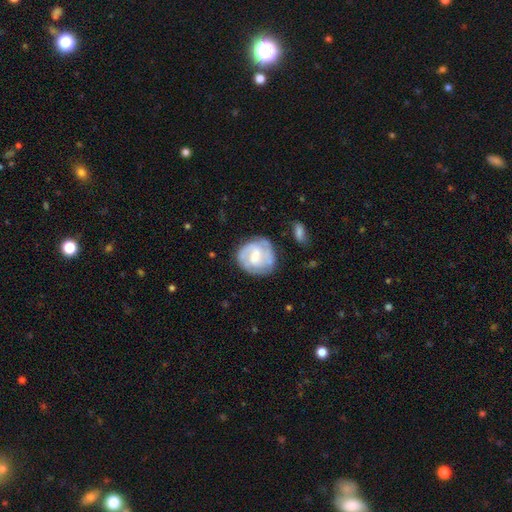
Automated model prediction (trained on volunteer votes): Smooth or featured: featured or disk — 68% (smooth — 26%)
Edge-on disk: no — 98% (yes — 2%)
Bar: weak — 53% (no — 29%)
Spiral arms: yes — 82% (no — 18%)
Spiral winding: tight — 48% (medium — 37%)
Spiral arm count: 2 — 56% (can't tell — 23%)
Bulge size: moderate — 44% (small — 32%)
Merging: none — 67% (minor disturbance — 20%)